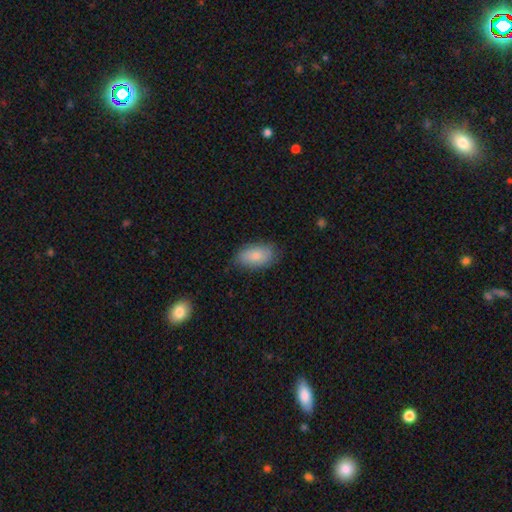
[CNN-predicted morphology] Overall: smooth (82%). How rounded: in between (93%). Merging: none (79%).